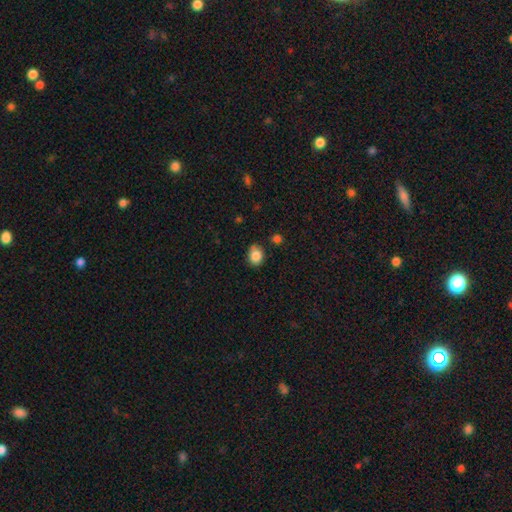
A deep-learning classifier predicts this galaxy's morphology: smooth-or-featured: smooth: 85% | star or artifact: 9% | featured or disk: 5%
  how-rounded: in between: 50% | round: 49% | cigar-shaped: 1%
  merging: none: 75% | minor disturbance: 19% | major disturbance: 3% | merger: 3%